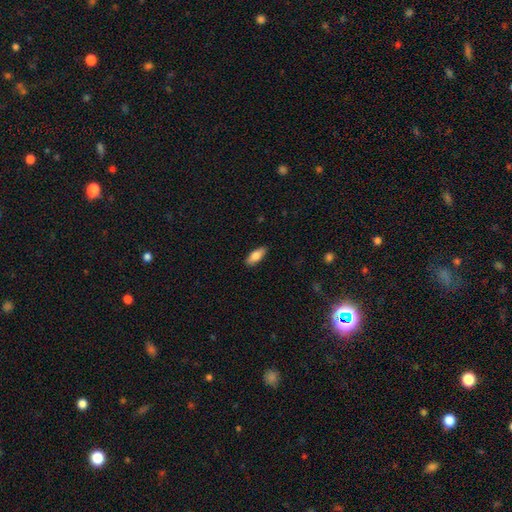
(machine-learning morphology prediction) Smooth or featured: smooth — 80% (featured or disk — 13%)
How rounded: in between — 80% (cigar-shaped — 18%)
Merging: none — 87% (minor disturbance — 10%)